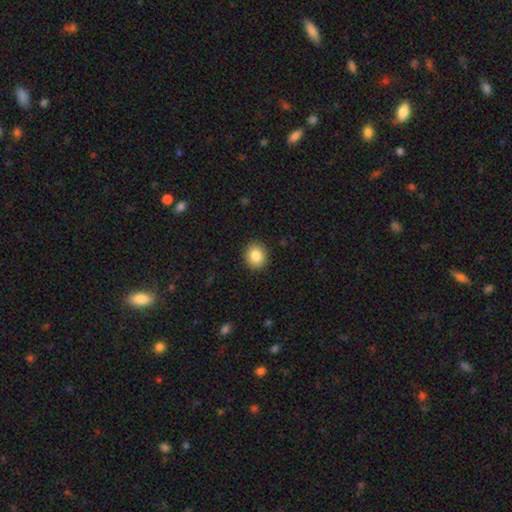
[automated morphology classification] smooth-or-featured: smooth: 85% | star or artifact: 9% | featured or disk: 6%
  how-rounded: round: 71% | in between: 28% | cigar-shaped: 1%
  merging: none: 90% | minor disturbance: 7% | major disturbance: 2% | merger: 1%